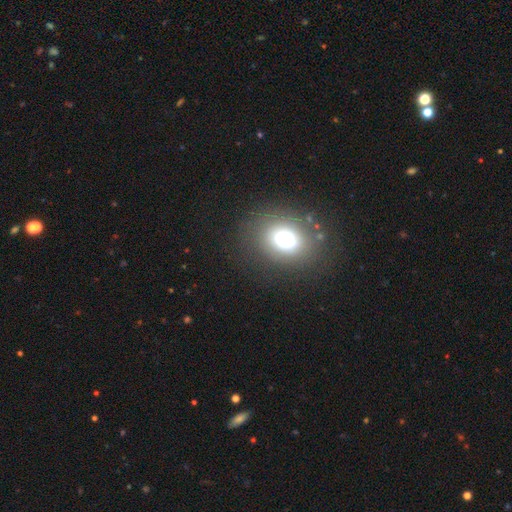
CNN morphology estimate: Smooth or featured? Predicted: smooth (p=0.62). How rounded? Predicted: in between (p=0.50). Merging? Predicted: none (p=0.83).